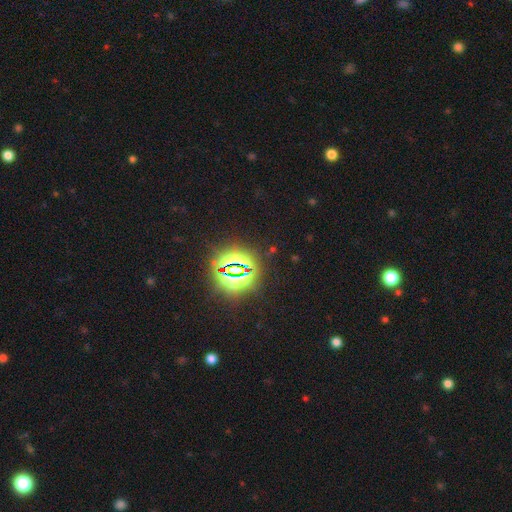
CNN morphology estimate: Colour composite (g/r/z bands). It shows a star or artifact, not a galaxy (84%).